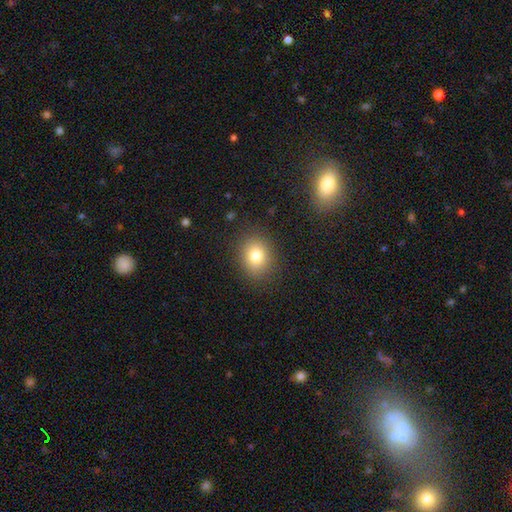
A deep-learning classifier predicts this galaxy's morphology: The model was most divided on "how rounded": round: 58%, in between: 41%, cigar-shaped: 1%. More confident: merging — none (87%); smooth or featured — smooth (79%).